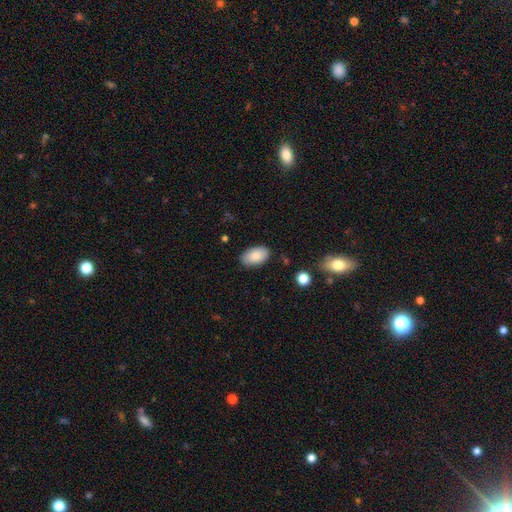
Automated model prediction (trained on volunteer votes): A smooth galaxy with no disk features (86%) that is in between round and cigar-shaped (94%). Merging: none (85%).